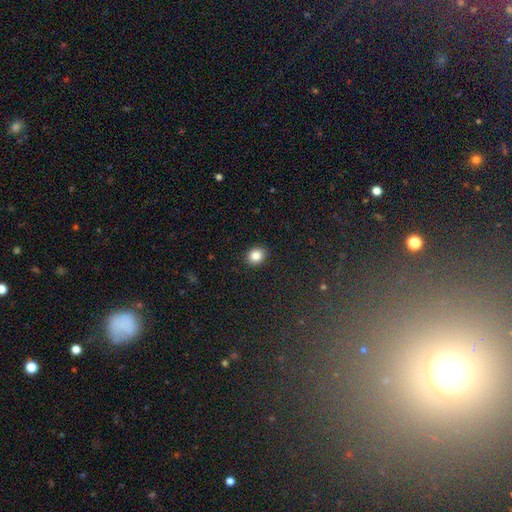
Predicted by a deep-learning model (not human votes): Smooth or featured? smooth (85%)
How rounded? round (64%)
Merging? none (91%)